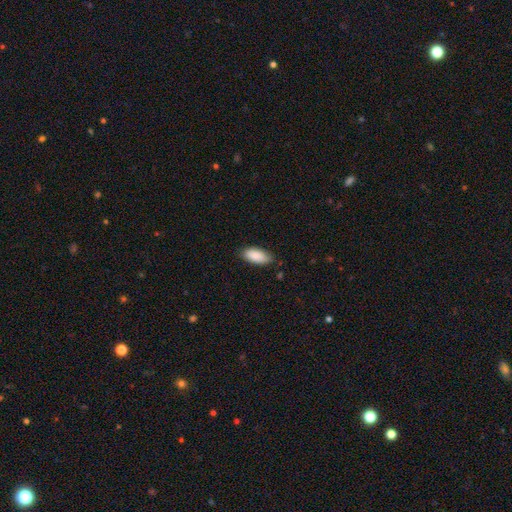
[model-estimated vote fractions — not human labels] This is clearly a smooth galaxy (89%). How rounded: clearly in between (89%). Merging: likely none (77%).